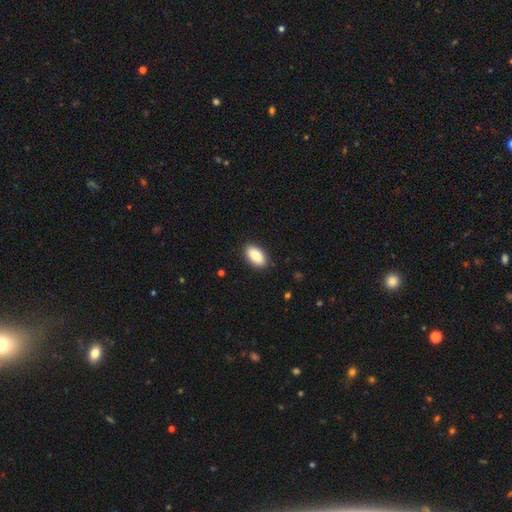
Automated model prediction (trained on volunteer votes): Smooth or featured? smooth (86%)
How rounded? in between (93%)
Merging? none (89%)